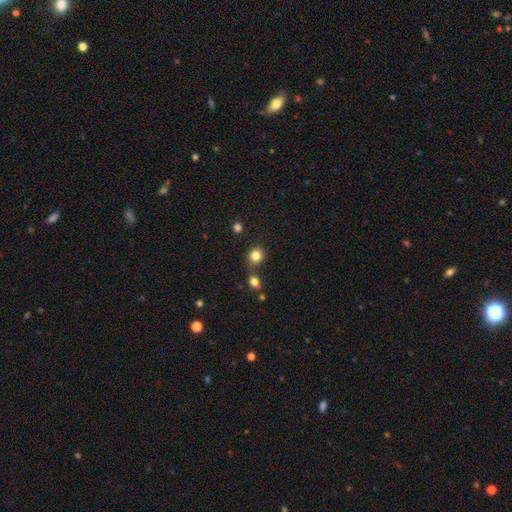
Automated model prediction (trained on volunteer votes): Overall: smooth (82%). How rounded: round (80%). Merging: none (67%).